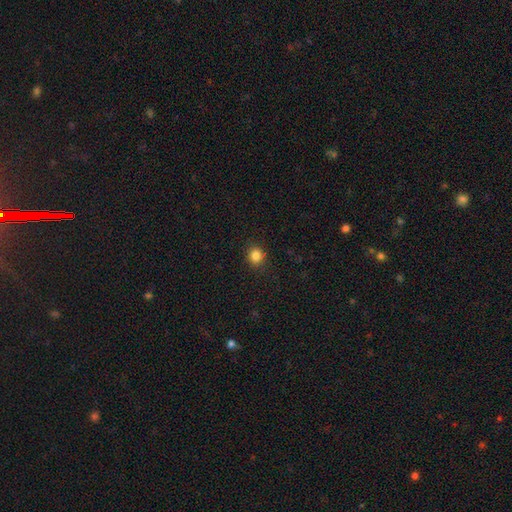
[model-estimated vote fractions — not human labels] Overall: smooth (84%). How rounded: round (84%). Merging: none (88%).